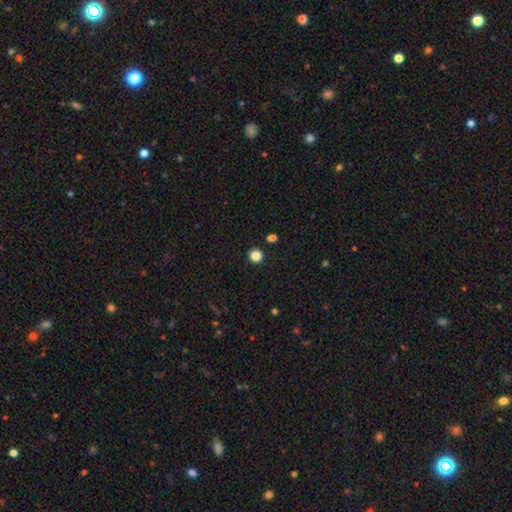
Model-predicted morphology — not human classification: smooth-or-featured: smooth: 85% | star or artifact: 11% | featured or disk: 3%
  how-rounded: round: 95% | in between: 4% | cigar-shaped: 1%
  merging: none: 92% | minor disturbance: 4% | merger: 2% | major disturbance: 2%